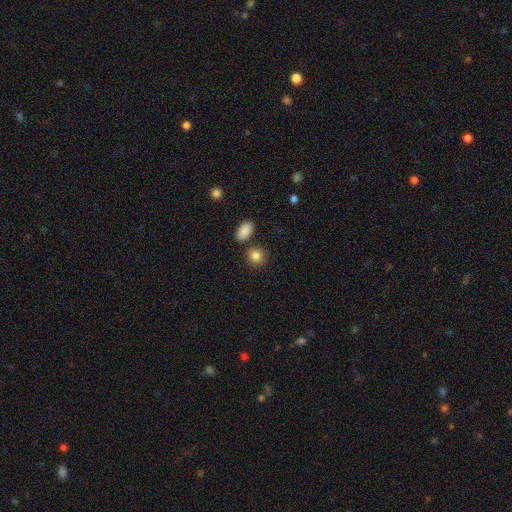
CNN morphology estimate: smooth 86%, star or artifact 9%, featured or disk 5%. Down the decision tree: how rounded — round (73%); merging — none (78%).